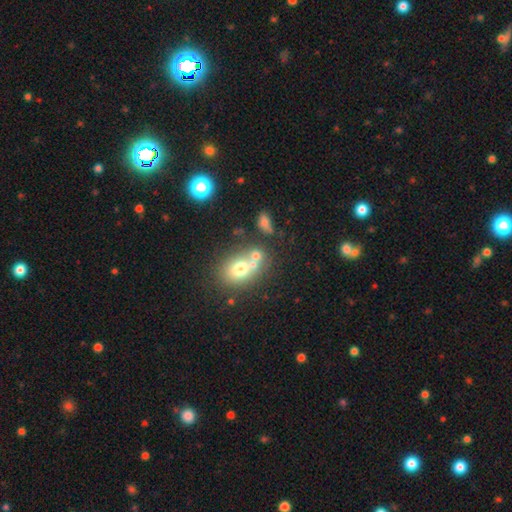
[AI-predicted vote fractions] smooth-or-featured: smooth: 66% | featured or disk: 21% | star or artifact: 14%
  how-rounded: in between: 50% | round: 48% | cigar-shaped: 1%
  merging: merger: 45% | none: 39% | minor disturbance: 10% | major disturbance: 5%